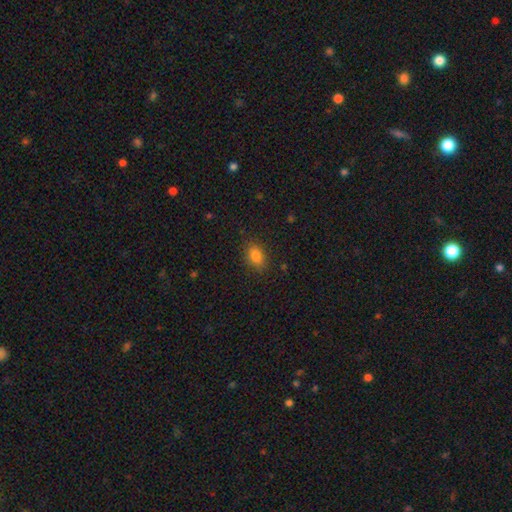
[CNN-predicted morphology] smooth_or_featured: smooth (p=0.83) [alt: star or artifact p=0.10]
how_rounded: in between (p=0.82) [alt: round p=0.16]
merging: none (p=0.84) [alt: minor disturbance p=0.11]